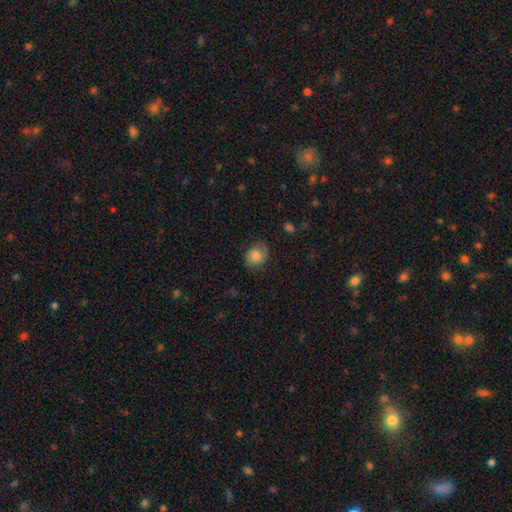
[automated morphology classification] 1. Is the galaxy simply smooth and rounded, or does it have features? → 68% smooth, 23% featured or disk, 9% star or artifact.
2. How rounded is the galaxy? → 56% round, 44% in between, 1% cigar-shaped.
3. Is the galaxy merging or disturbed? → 72% none, 21% minor disturbance, 6% major disturbance, 1% merger.